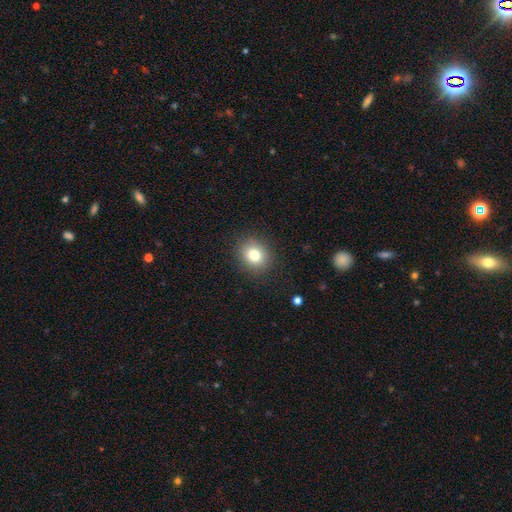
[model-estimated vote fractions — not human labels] smooth-or-featured: smooth: 80% | star or artifact: 11% | featured or disk: 9%
  how-rounded: round: 67% | in between: 32% | cigar-shaped: 1%
  merging: none: 88% | minor disturbance: 8% | major disturbance: 3% | merger: 1%